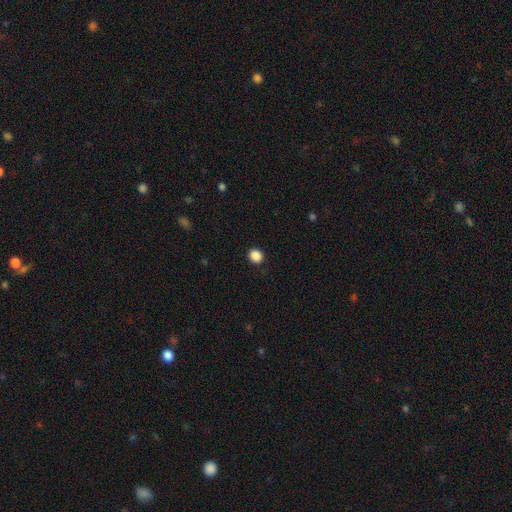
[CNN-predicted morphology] smooth-or-featured: smooth: 88% | star or artifact: 10% | featured or disk: 3%
  how-rounded: round: 81% | in between: 18% | cigar-shaped: 1%
  merging: none: 91% | minor disturbance: 6% | major disturbance: 2% | merger: 1%